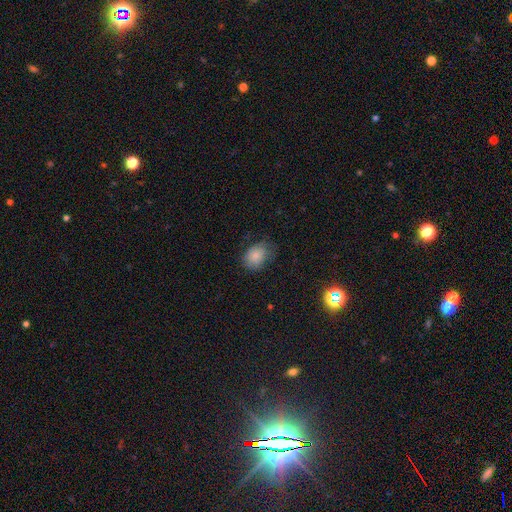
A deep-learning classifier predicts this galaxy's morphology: A smooth galaxy with no disk features (84%) that is in between round and cigar-shaped (67%).

Vote fractions:
- Smooth or featured? smooth: 84% / star or artifact: 9% / featured or disk: 7%
- How rounded? in between: 67% / round: 32% / cigar-shaped: 1%
- Merging? none: 64% / minor disturbance: 27% / major disturbance: 8% / merger: 1%